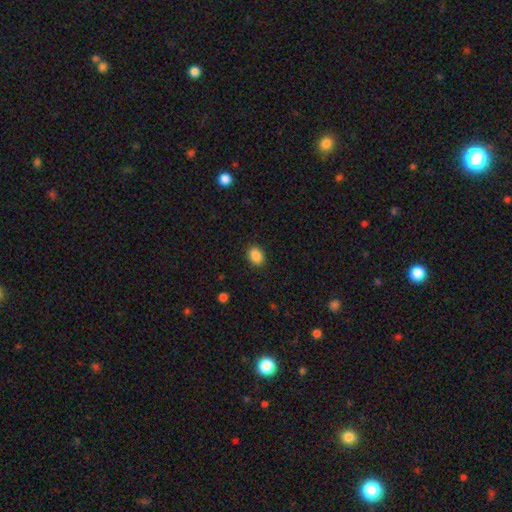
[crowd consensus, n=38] Volunteers were most divided on "how rounded": in between: 69%, round: 31%, cigar-shaped: 0%. More confident: merging — none (94%); smooth or featured — smooth (92%).